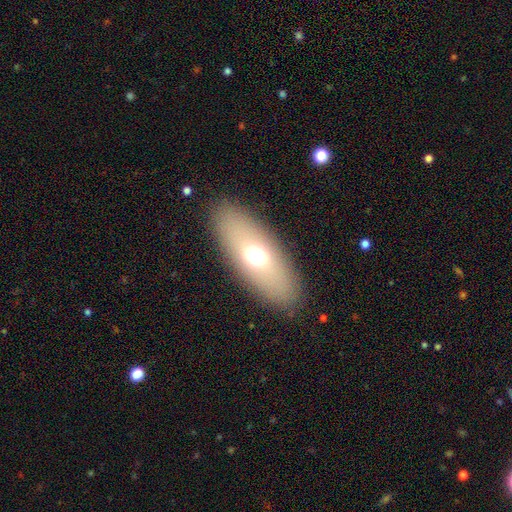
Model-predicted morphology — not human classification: Smooth or featured? Predicted: smooth (p=0.59). How rounded? Predicted: in between (p=0.74). Merging? Predicted: none (p=0.87).